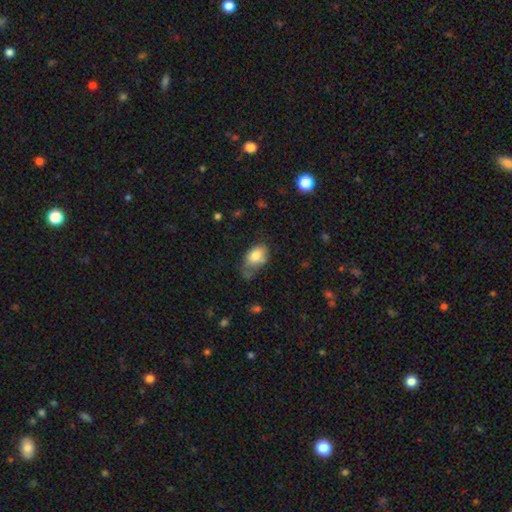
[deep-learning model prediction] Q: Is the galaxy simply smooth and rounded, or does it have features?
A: smooth — 77%.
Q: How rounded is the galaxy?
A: in between — 88%.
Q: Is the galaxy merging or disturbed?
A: minor disturbance — 37%.